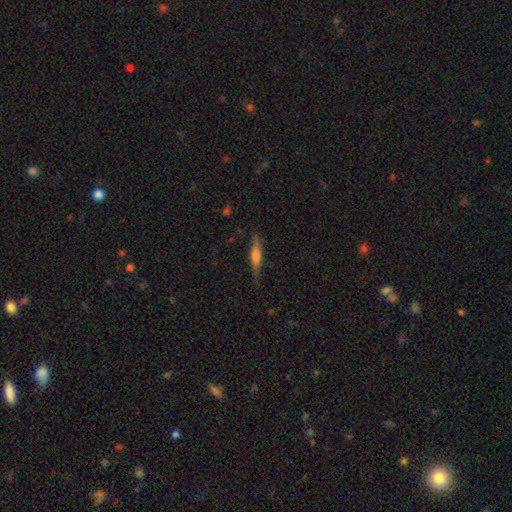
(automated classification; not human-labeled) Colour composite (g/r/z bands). It shows a featured or disk galaxy (53%) viewed edge-on (96%) with a rounded central bulge (59%). Merging: none (82%).